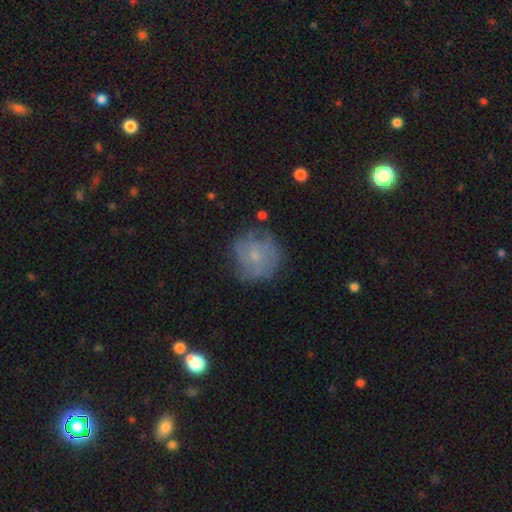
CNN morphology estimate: Smooth or featured: featured or disk — 45% (smooth — 44%)
Merging: none — 62% (minor disturbance — 24%)